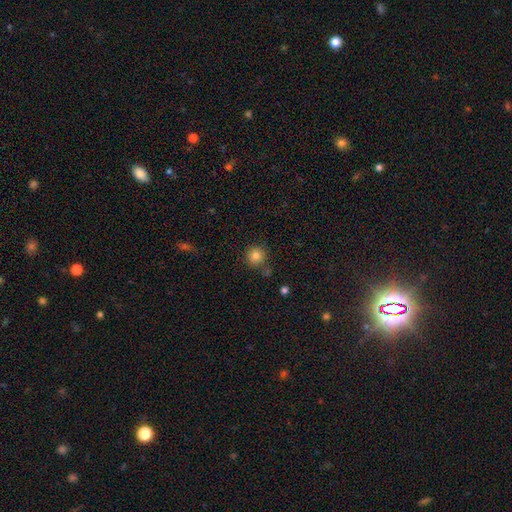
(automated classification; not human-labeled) This is clearly a smooth galaxy (83%). How rounded: clearly round (93%). Merging: likely none (79%).